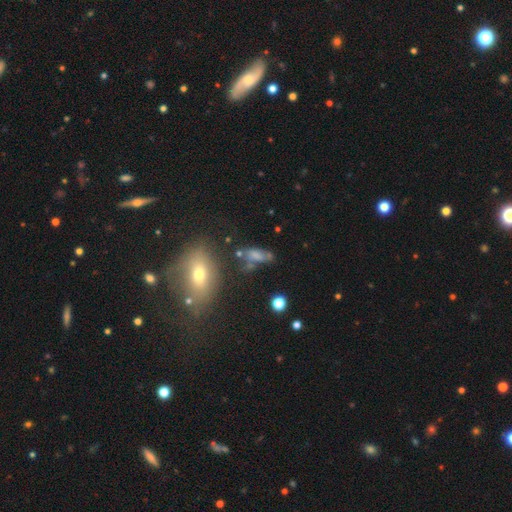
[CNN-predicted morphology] Overall: smooth (56%; featured or disk 27%). How rounded: in between (73%). Merging: none (41%; minor disturbance 23%).